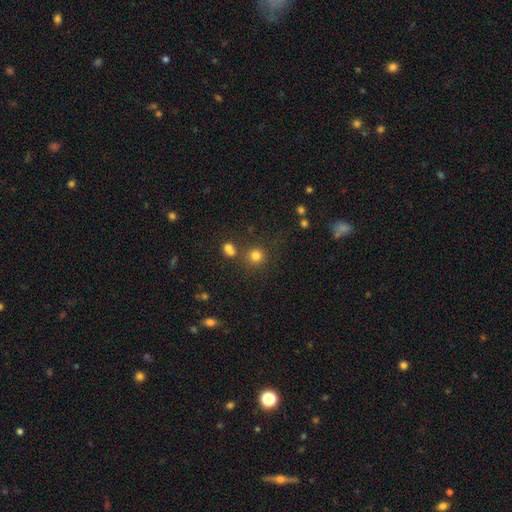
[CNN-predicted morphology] This is likely a smooth galaxy (79%). How rounded: clearly round (90%). Merging: likely none (75%).